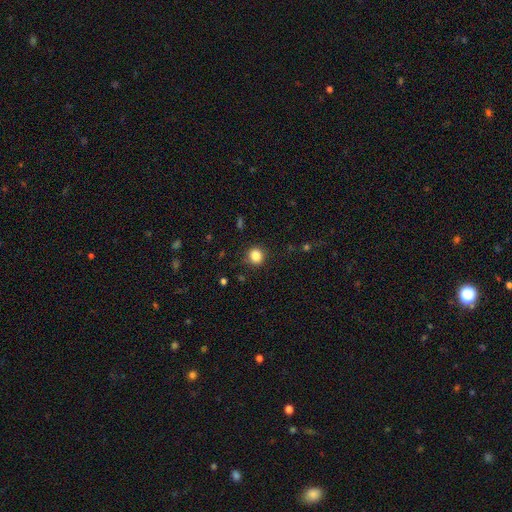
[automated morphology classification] Overall: smooth (85%). How rounded: round (84%). Merging: none (88%).